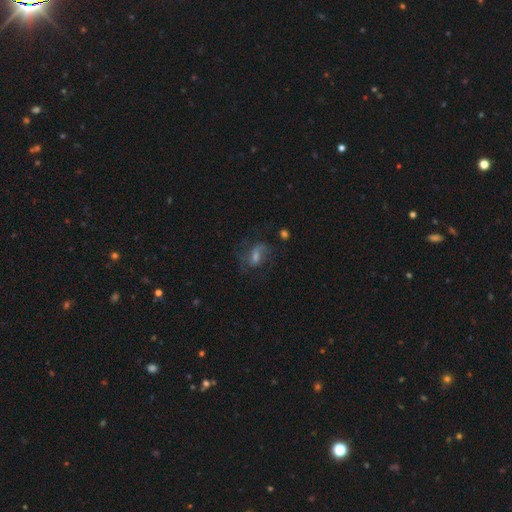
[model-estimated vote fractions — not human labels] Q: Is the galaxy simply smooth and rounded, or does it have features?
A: featured or disk — 54%.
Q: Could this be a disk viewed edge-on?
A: no — 94%.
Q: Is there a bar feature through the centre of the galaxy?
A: weak — 45%.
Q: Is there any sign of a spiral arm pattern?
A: yes — 75%.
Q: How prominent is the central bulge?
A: small — 38%.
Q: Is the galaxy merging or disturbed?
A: none — 57%.